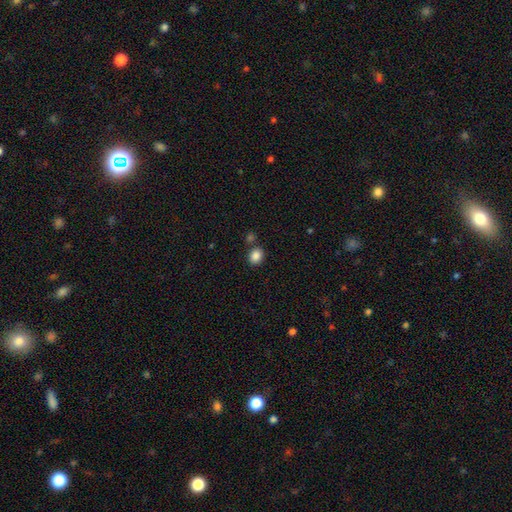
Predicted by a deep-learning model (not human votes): A smooth galaxy with no disk features (87%) that is round (54%). Merging: none (76%).